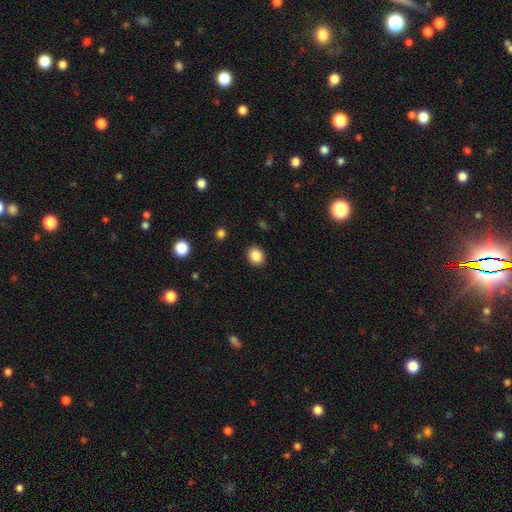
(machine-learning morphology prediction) A smooth galaxy with no disk features (87%) that is round (68%). Merging: none (90%).